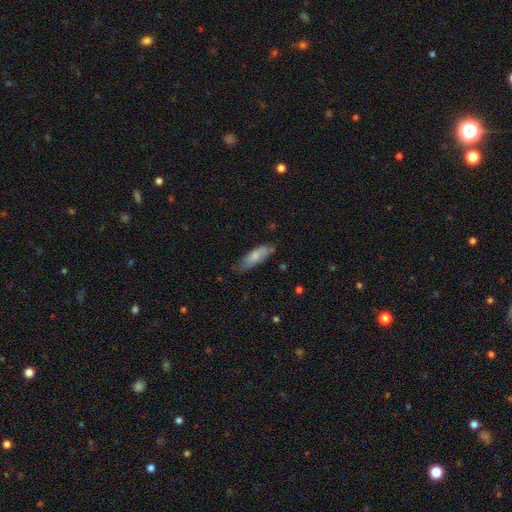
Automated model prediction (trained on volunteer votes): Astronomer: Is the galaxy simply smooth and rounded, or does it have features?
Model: smooth — 71%.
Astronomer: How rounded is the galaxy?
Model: in between — 56% (runner-up: cigar-shaped, 42%).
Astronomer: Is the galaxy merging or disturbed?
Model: none — 61%.